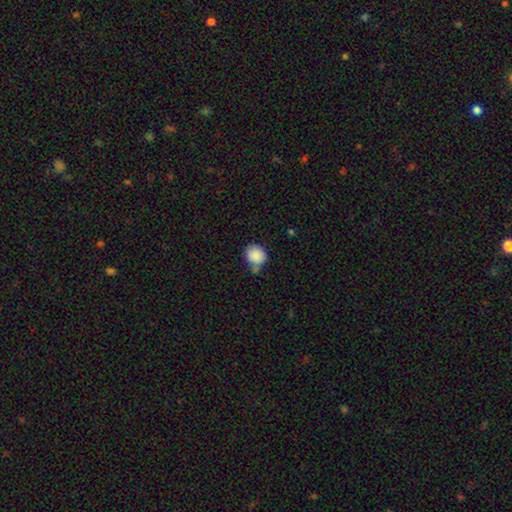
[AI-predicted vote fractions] Overall: smooth (87%). How rounded: round (71%). Merging: none (55%; minor disturbance 24%).